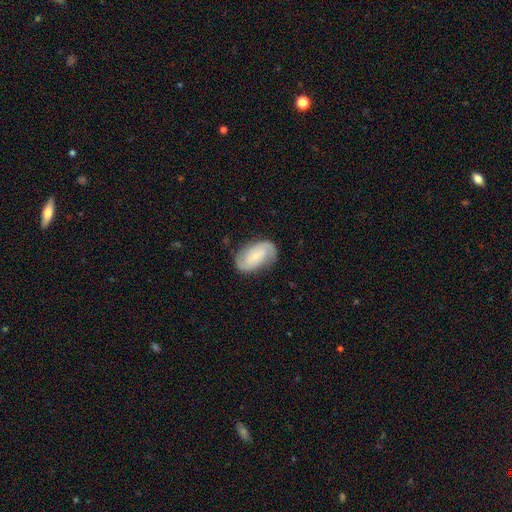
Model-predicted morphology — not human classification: Q: Smooth or featured?
A: featured or disk (73%); runner-up: smooth (21%)
Q: Edge-on disk?
A: no (97%); runner-up: yes (3%)
Q: Bar?
A: no (48%); runner-up: weak (37%)
Q: Spiral arms?
A: yes (94%); runner-up: no (6%)
Q: Spiral winding?
A: medium (43%); runner-up: tight (34%)
Q: Spiral arm count?
A: 2 (86%); runner-up: can't tell (7%)
Q: Bulge size?
A: small (69%); runner-up: moderate (22%)
Q: Merging?
A: none (77%); runner-up: minor disturbance (16%)